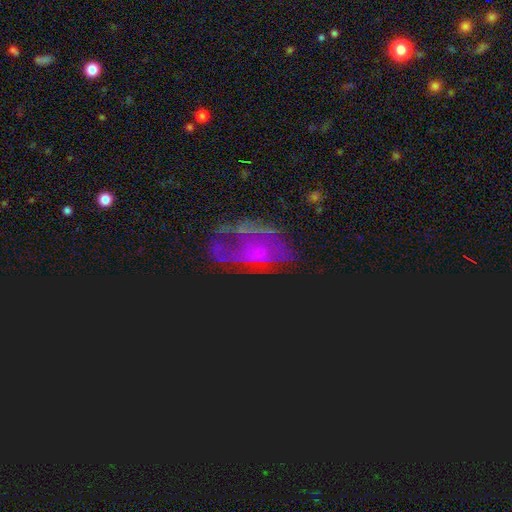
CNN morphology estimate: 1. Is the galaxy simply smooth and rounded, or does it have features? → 51% featured or disk, 33% star or artifact, 16% smooth.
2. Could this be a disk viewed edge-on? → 95% no, 5% yes.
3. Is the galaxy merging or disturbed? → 47% none, 26% major disturbance, 22% minor disturbance, 4% merger.